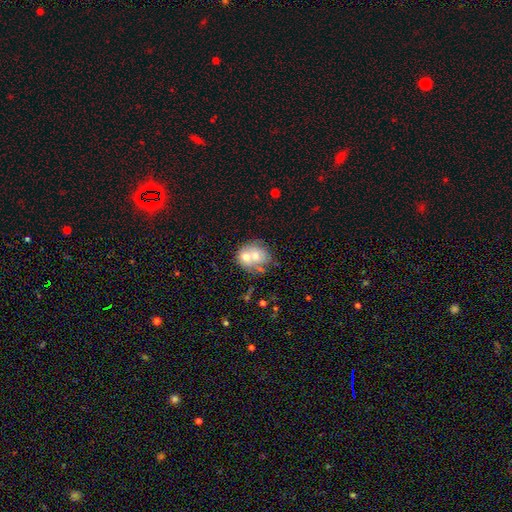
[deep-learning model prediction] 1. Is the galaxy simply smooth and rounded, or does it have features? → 59% smooth, 33% featured or disk, 8% star or artifact.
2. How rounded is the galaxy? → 64% round, 35% in between, 1% cigar-shaped.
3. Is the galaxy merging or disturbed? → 63% merger, 24% none, 9% minor disturbance, 5% major disturbance.